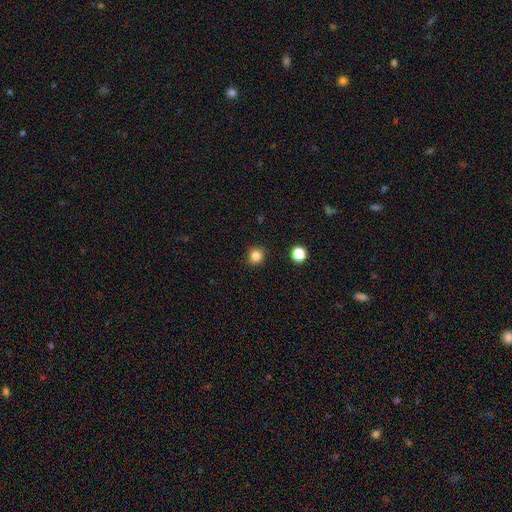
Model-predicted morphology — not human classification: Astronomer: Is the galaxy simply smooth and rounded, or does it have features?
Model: smooth — 84%.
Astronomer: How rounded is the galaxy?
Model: round — 90%.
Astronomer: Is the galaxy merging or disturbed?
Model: none — 92%.